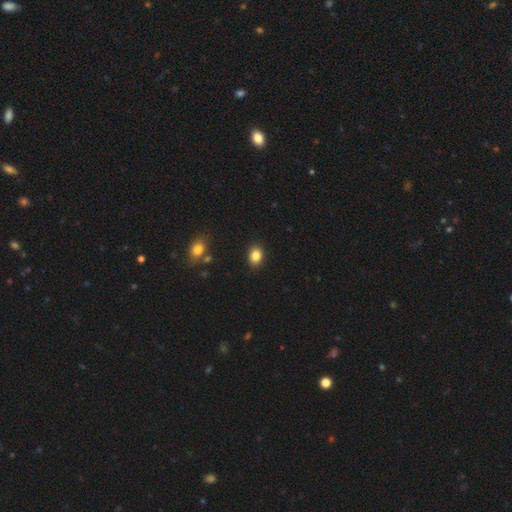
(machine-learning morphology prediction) Smooth or featured?
  - smooth: 85% *
  - star or artifact: 10%
  - featured or disk: 5%
How rounded?
  - in between: 61% *
  - round: 38%
  - cigar-shaped: 1%
Merging?
  - none: 88% *
  - minor disturbance: 9%
  - major disturbance: 2%
  - merger: 1%